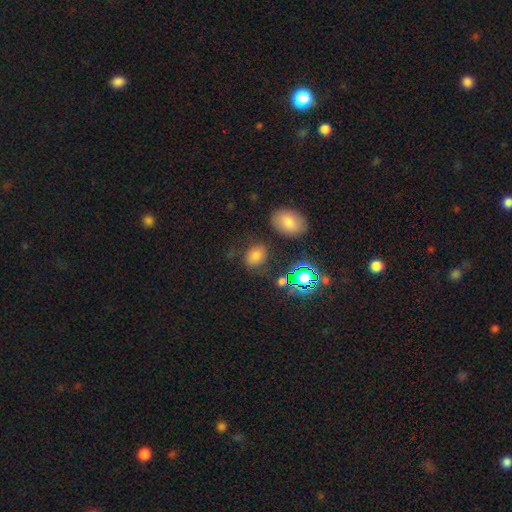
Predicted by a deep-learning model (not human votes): smooth-or-featured: smooth: 71% | star or artifact: 21% | featured or disk: 8%
  how-rounded: in between: 63% | round: 36% | cigar-shaped: 1%
  merging: none: 75% | minor disturbance: 14% | major disturbance: 6% | merger: 5%